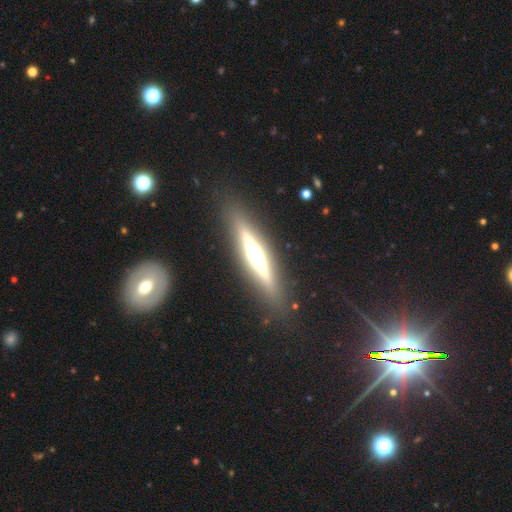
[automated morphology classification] featured or disk 72%, smooth 21%, star or artifact 8%. Down the decision tree: edge-on disk — yes (95%); edge-on bulge — rounded (82%); merging — none (87%).